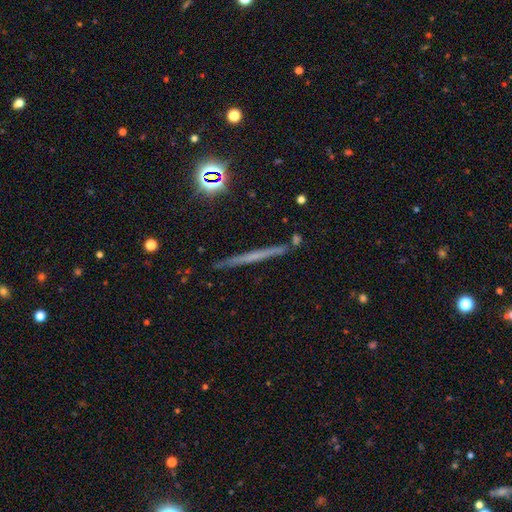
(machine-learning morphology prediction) A featured or disk galaxy (51%) viewed edge-on (97%).

Vote fractions:
- Smooth or featured? featured or disk: 51% / smooth: 34% / star or artifact: 14%
- Edge-on disk? yes: 97% / no: 3%
- Merging? none: 88% / minor disturbance: 8% / merger: 2% / major disturbance: 2%